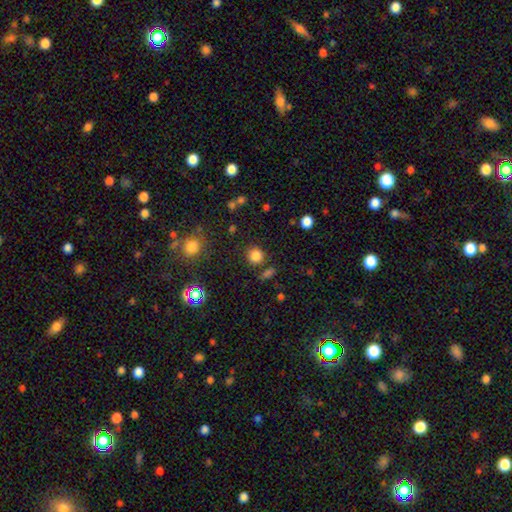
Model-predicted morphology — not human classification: The model was most divided on "smooth or featured": smooth: 81%, star or artifact: 14%, featured or disk: 5%. More confident: how rounded — round (90%); merging — none (82%).